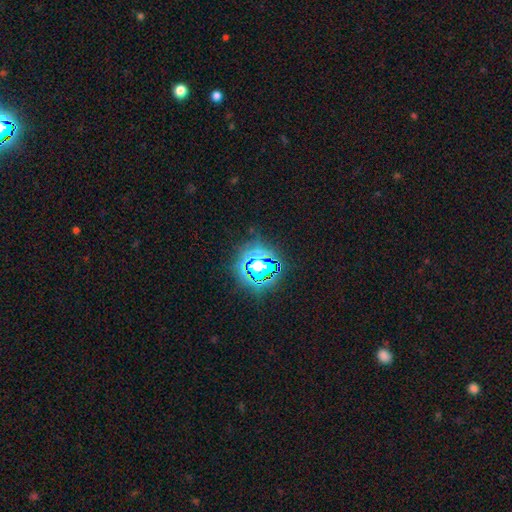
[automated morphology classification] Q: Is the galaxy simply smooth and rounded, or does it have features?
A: star or artifact — 67%.